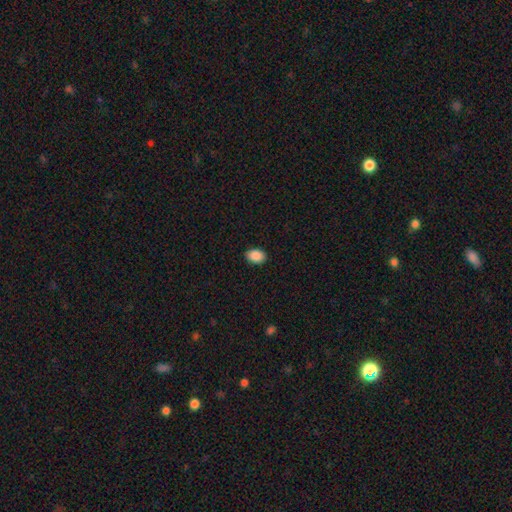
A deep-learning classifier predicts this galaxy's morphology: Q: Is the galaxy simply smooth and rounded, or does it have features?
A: smooth — 89%.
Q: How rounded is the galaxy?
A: in between — 77%.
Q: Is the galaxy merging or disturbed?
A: none — 89%.